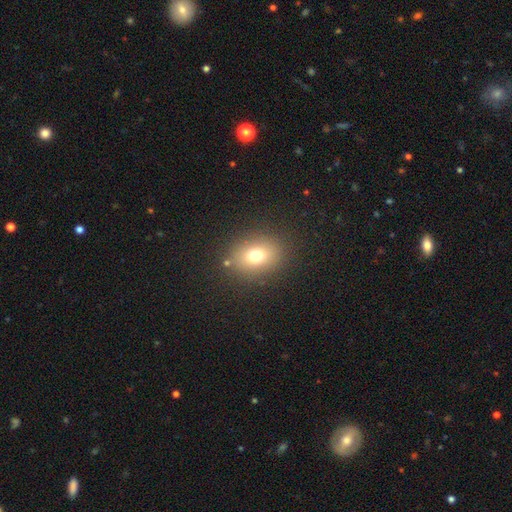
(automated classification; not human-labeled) This appears to be a smooth galaxy with no disk features (74%) that is in between round and cigar-shaped (55%). Merging: none (84%).